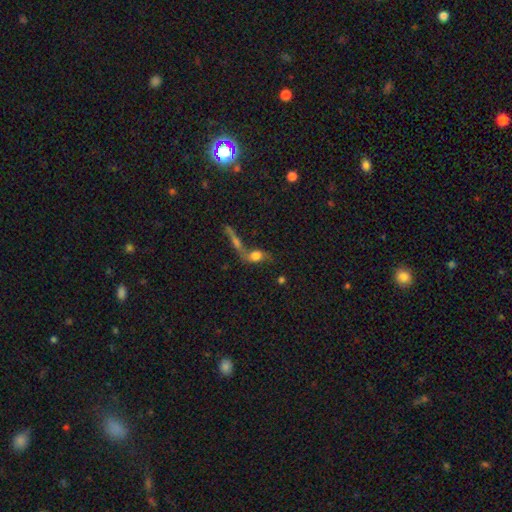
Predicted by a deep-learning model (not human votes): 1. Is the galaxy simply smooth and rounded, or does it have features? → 55% smooth, 32% featured or disk, 14% star or artifact.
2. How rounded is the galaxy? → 61% in between, 25% round, 14% cigar-shaped.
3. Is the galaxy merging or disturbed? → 54% merger, 28% none, 10% minor disturbance, 9% major disturbance.